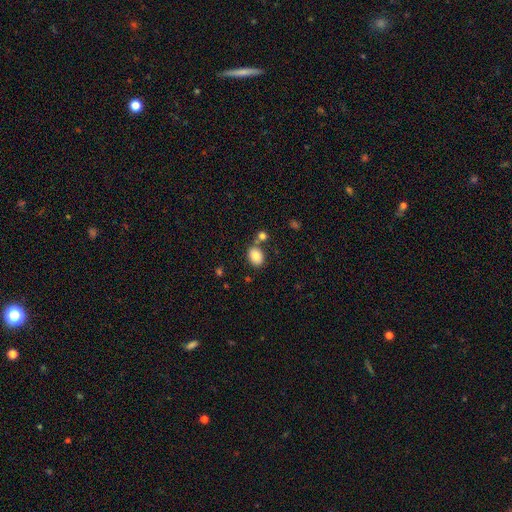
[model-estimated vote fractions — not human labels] Smooth or featured? Predicted: smooth (p=0.84). How rounded? Predicted: in between (p=0.70). Merging? Predicted: none (p=0.66).